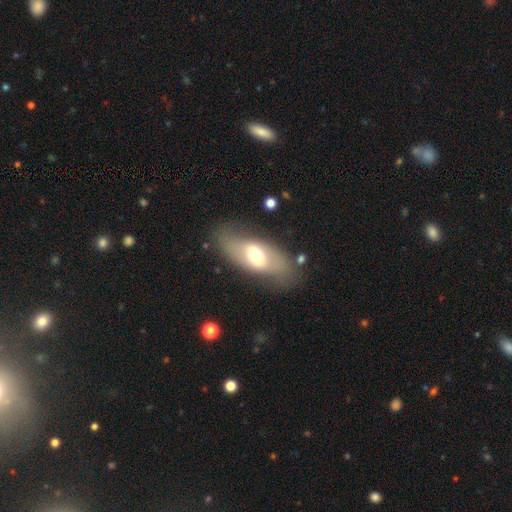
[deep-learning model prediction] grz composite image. It shows a smooth galaxy with no disk features (50%). Merging: none (75%).